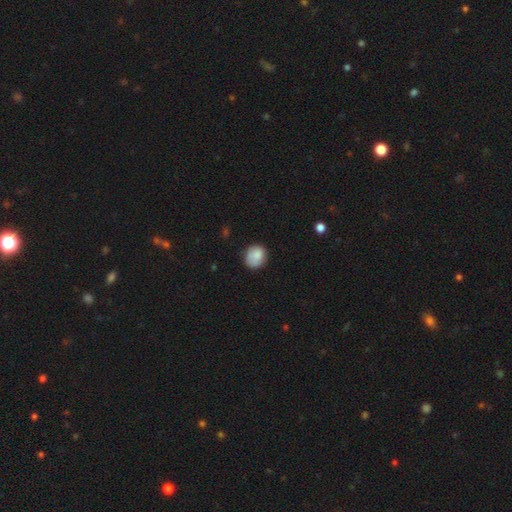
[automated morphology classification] Smooth or featured? smooth (84%)
How rounded? round (70%)
Merging? none (73%)